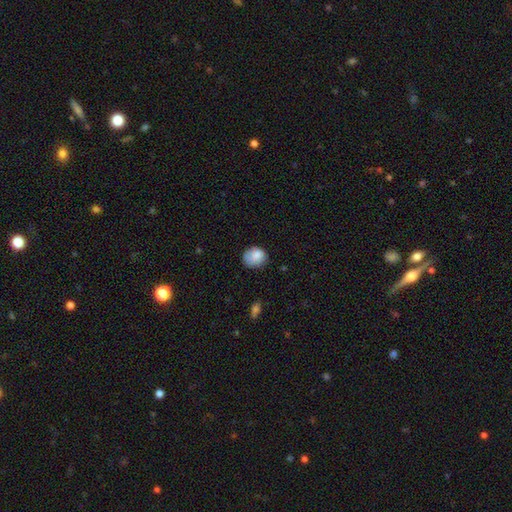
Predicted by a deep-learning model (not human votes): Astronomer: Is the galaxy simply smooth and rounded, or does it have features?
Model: smooth — 82%.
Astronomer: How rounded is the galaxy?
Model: round — 62%.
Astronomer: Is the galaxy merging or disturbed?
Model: none — 64%.